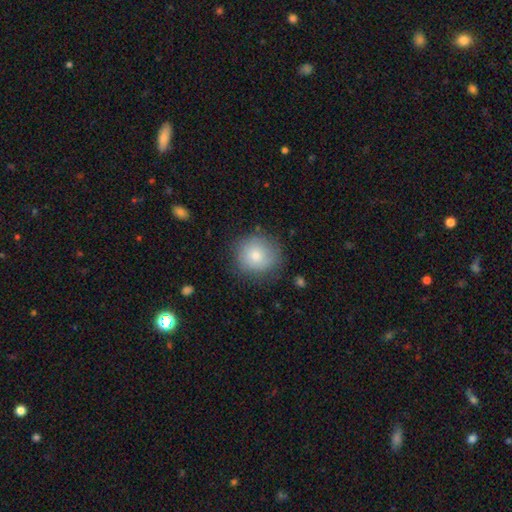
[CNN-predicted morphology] The model was most divided on "smooth or featured": smooth: 78%, featured or disk: 14%, star or artifact: 8%. More confident: how rounded — round (91%); merging — none (80%).